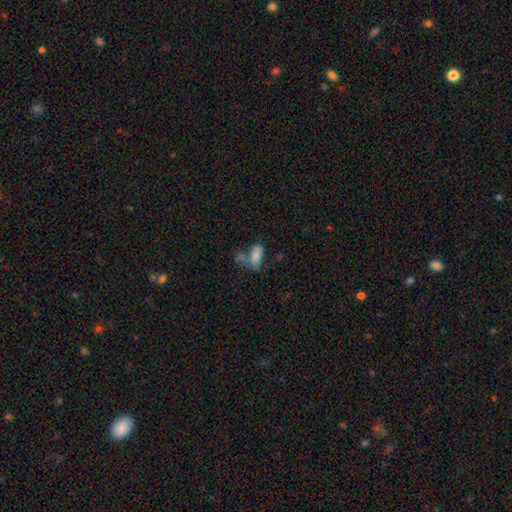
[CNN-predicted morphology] smooth-or-featured: smooth: 74% | featured or disk: 16% | star or artifact: 10%
  how-rounded: in between: 85% | cigar-shaped: 10% | round: 4%
  merging: merger: 34% | none: 33% | minor disturbance: 19% | major disturbance: 14%